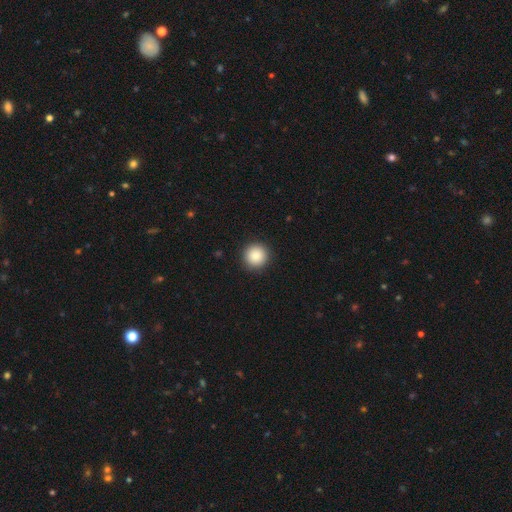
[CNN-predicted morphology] This is clearly a smooth galaxy (88%). How rounded: clearly round (96%). Merging: clearly none (92%).